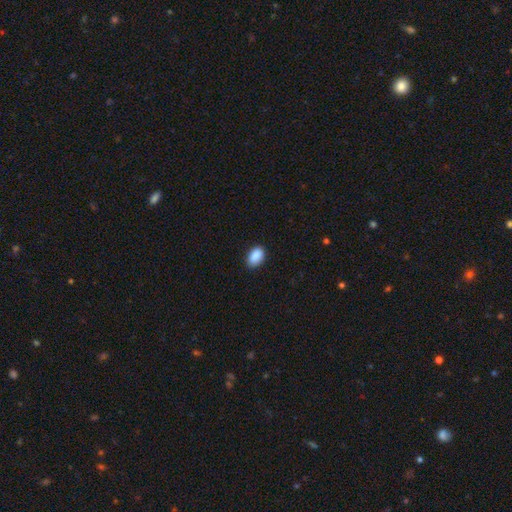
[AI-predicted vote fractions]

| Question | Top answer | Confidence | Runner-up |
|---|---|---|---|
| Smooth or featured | smooth | 90% | star or artifact (7%) |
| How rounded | in between | 90% | round (9%) |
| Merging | none | 85% | minor disturbance (12%) |